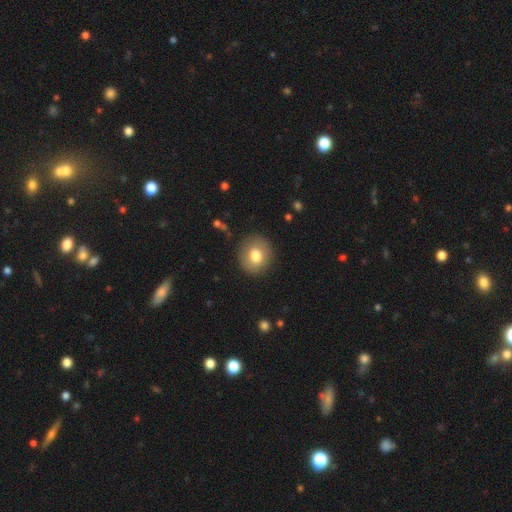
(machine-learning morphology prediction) This is likely a smooth galaxy (78%). How rounded: clearly round (81%). Merging: clearly none (88%).